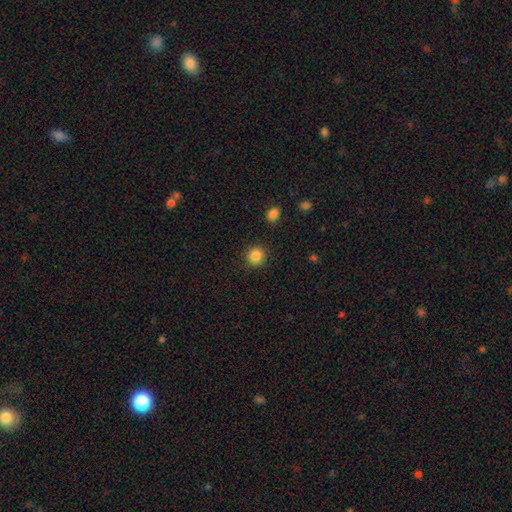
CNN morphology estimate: Q: Smooth or featured?
A: smooth (87%); runner-up: star or artifact (10%)
Q: How rounded?
A: round (91%); runner-up: in between (8%)
Q: Merging?
A: none (90%); runner-up: minor disturbance (6%)